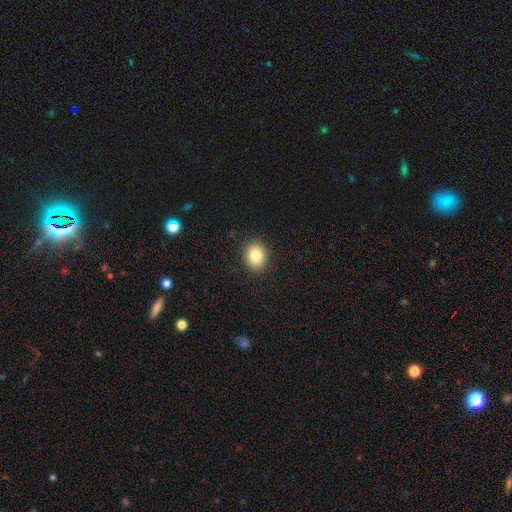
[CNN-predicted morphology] Smooth or featured? Predicted: smooth (p=0.82). How rounded? Predicted: round (p=0.66). Merging? Predicted: none (p=0.90).